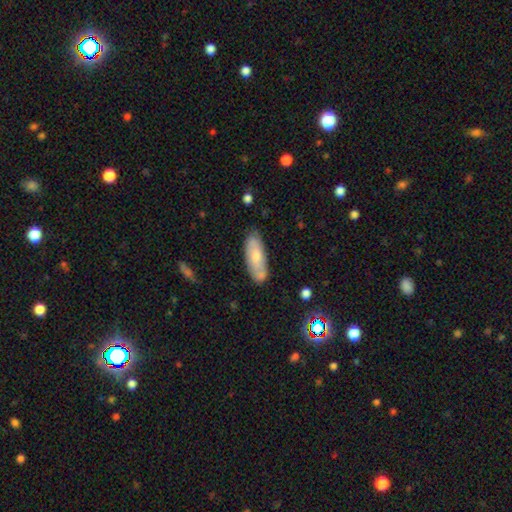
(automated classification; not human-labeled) A smooth galaxy with no disk features (68%) that is in between round and cigar-shaped (69%). Merging: none (71%).